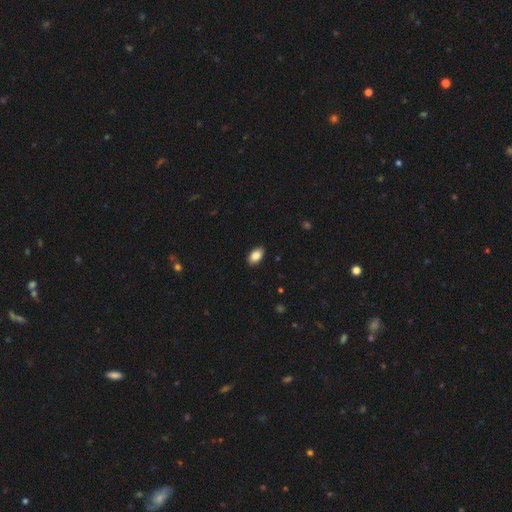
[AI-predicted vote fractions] Smooth or featured? Predicted: smooth (p=0.86). How rounded? Predicted: in between (p=0.93). Merging? Predicted: none (p=0.90).